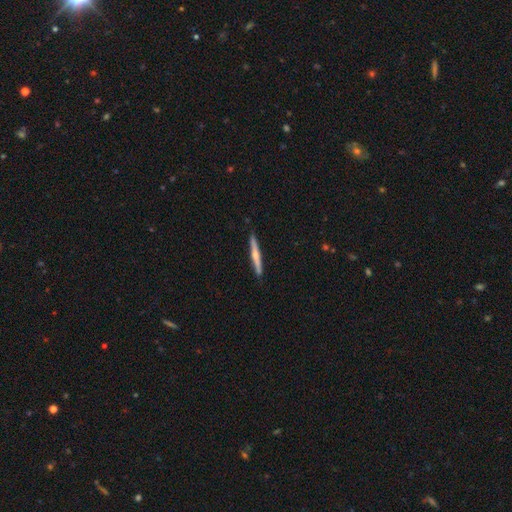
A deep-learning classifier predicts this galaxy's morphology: Overall: featured or disk (57%; smooth 38%). Edge-on disk: yes (97%). Edge-on bulge: rounded (79%). Merging: none (90%).